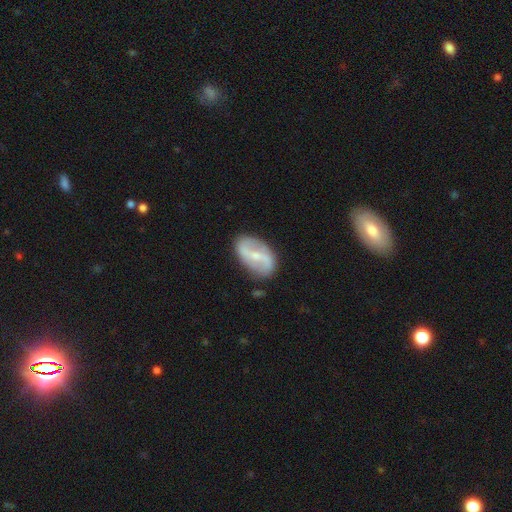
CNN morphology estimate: featured or disk 74%, smooth 21%, star or artifact 5%. Down the decision tree: edge-on disk — no (95%); bar — strong (41%); spiral arms — yes (80%); spiral arm count — 2 (89%); spiral winding — loose (60%); bulge size — small (62%); merging — none (81%).